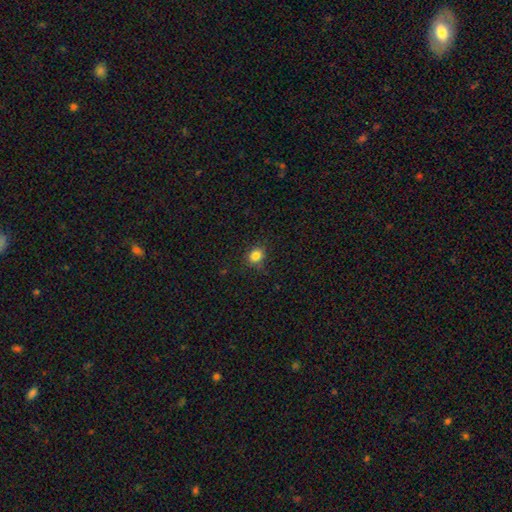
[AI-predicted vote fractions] smooth 83%, star or artifact 12%, featured or disk 5%. Down the decision tree: how rounded — round (69%); merging — none (83%).